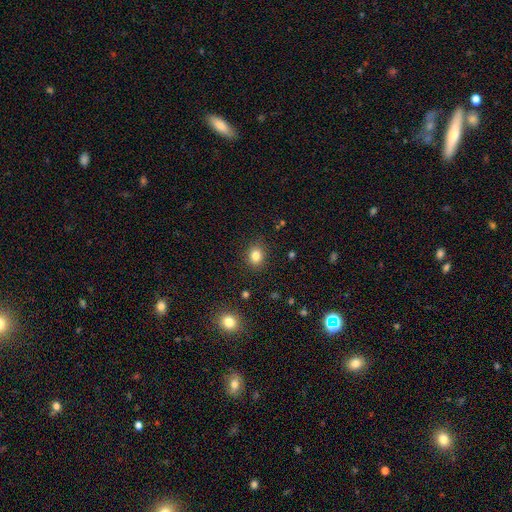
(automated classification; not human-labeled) Morphology: type=smooth (83%); roundness=round (56%); merging=none (87%).